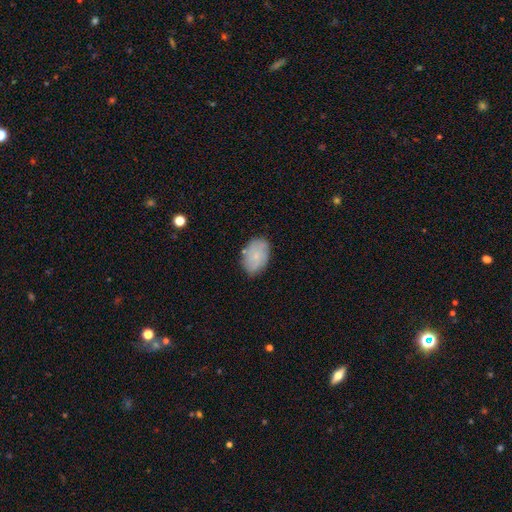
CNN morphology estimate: A smooth galaxy with no disk features (70%) that is in between round and cigar-shaped (86%). Merging: none (78%).